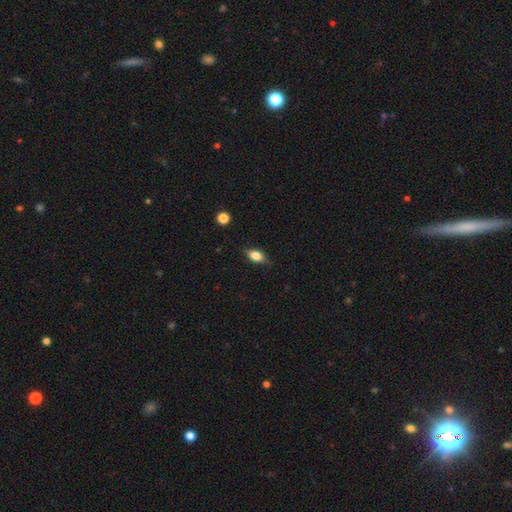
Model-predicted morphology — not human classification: Smooth or featured?
  - smooth: 77% *
  - featured or disk: 15%
  - star or artifact: 9%
How rounded?
  - in between: 83% *
  - round: 11%
  - cigar-shaped: 7%
Merging?
  - none: 80% *
  - minor disturbance: 15%
  - major disturbance: 3%
  - merger: 1%